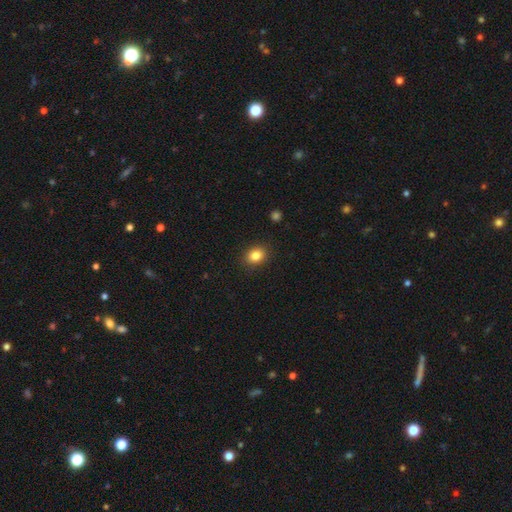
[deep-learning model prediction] Smooth or featured?
  - smooth: 84% *
  - star or artifact: 10%
  - featured or disk: 6%
How rounded?
  - round: 50% *
  - in between: 49%
  - cigar-shaped: 1%
Merging?
  - none: 89% *
  - minor disturbance: 8%
  - major disturbance: 2%
  - merger: 1%